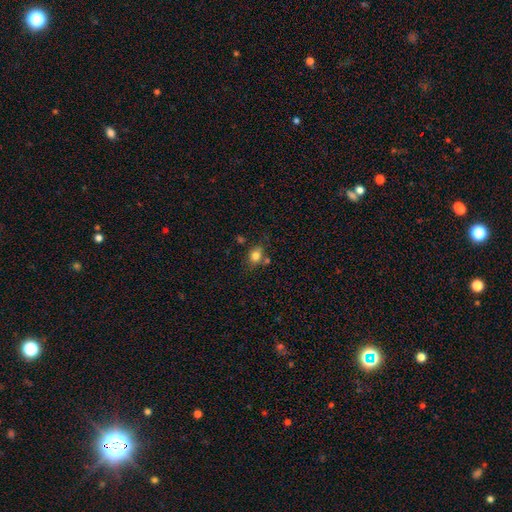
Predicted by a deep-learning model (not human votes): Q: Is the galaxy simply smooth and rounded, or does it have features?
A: smooth — 80%.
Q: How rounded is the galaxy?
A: round — 54%.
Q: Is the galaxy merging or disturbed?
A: none — 62%.